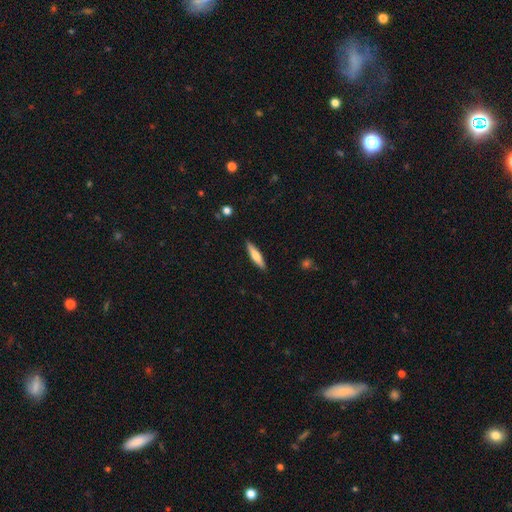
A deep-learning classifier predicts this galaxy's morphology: Smooth or featured: smooth — 65% (featured or disk — 30%)
How rounded: cigar-shaped — 80% (in between — 18%)
Merging: none — 90% (minor disturbance — 8%)